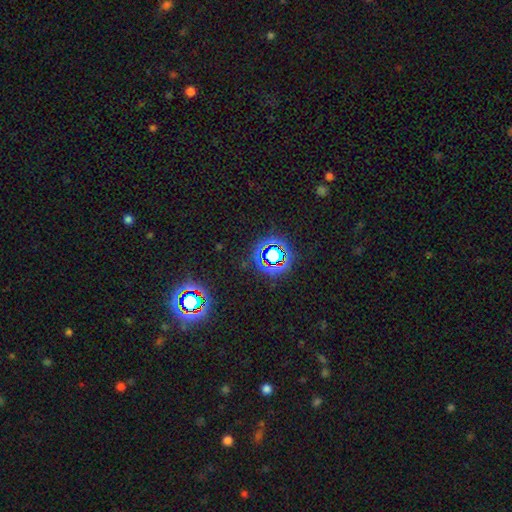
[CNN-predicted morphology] smooth-or-featured: star or artifact: 77% | smooth: 16% | featured or disk: 8%